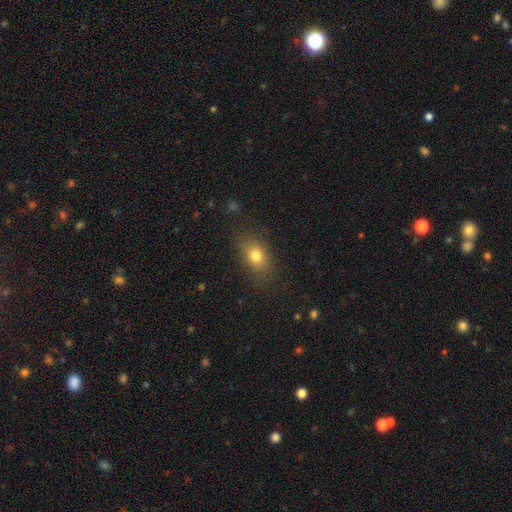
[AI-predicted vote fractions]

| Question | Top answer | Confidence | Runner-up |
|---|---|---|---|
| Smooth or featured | smooth | 77% | featured or disk (12%) |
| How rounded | in between | 73% | round (24%) |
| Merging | none | 79% | minor disturbance (15%) |